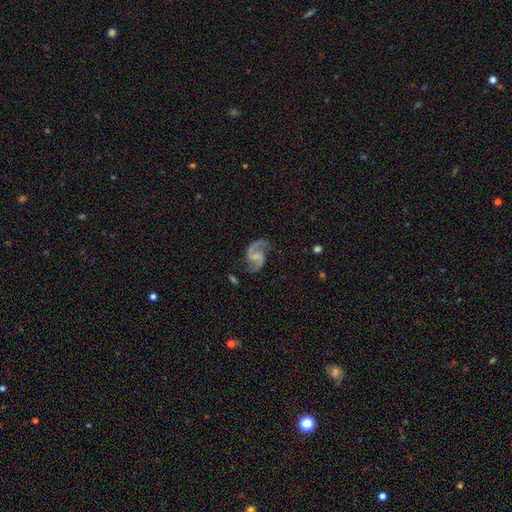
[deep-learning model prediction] smooth_or_featured: featured or disk (p=0.90) [alt: smooth p=0.05]
disk_edge_on: no (p=0.98) [alt: yes p=0.02]
bar: weak (p=0.45) [alt: no p=0.39]
has_spiral_arms: yes (p=0.98) [alt: no p=0.02]
spiral_winding: medium (p=0.51) [alt: loose p=0.39]
spiral_arm_count: 2 (p=0.93) [alt: 1 p=0.02]
bulge_size: none (p=0.63) [alt: small p=0.22]
merging: none (p=0.73) [alt: minor disturbance p=0.16]